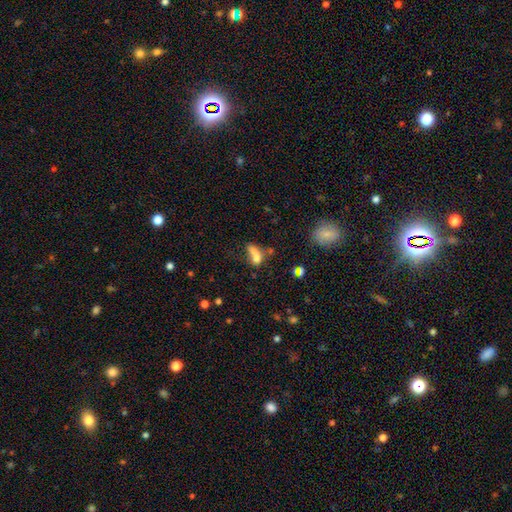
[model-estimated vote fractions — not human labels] smooth-or-featured: smooth: 66% | featured or disk: 20% | star or artifact: 14%
  how-rounded: in between: 59% | round: 31% | cigar-shaped: 11%
  merging: merger: 52% | none: 23% | major disturbance: 13% | minor disturbance: 11%